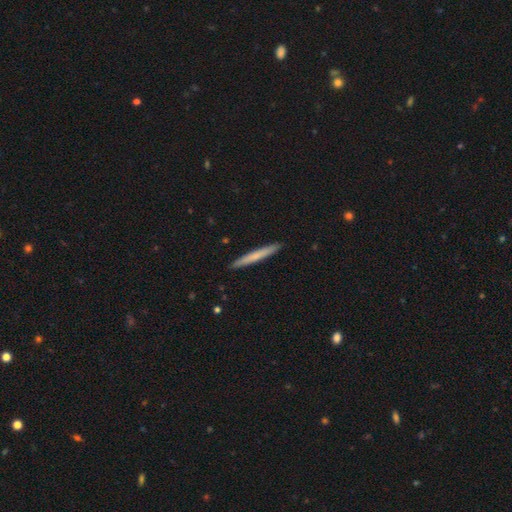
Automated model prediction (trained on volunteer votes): Smooth or featured? smooth (64%)
How rounded? cigar-shaped (97%)
Merging? none (92%)